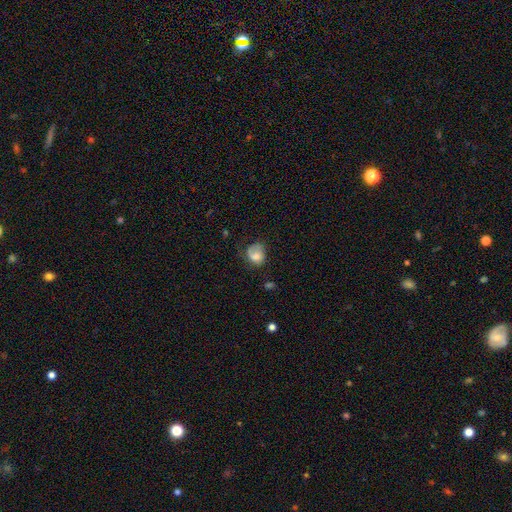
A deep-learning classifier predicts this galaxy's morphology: This is likely a smooth galaxy (66%). How rounded: possibly round (55%). Merging: marginally none (36%).